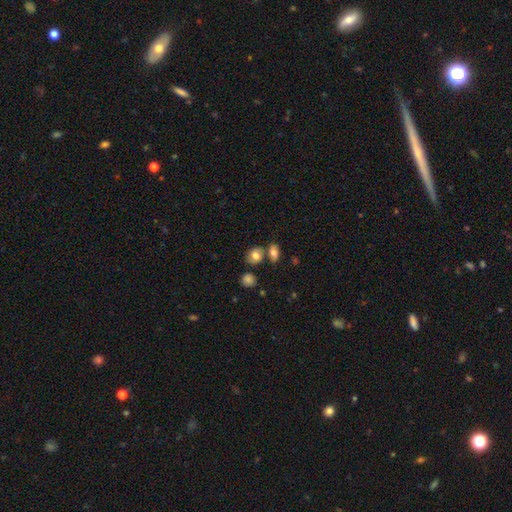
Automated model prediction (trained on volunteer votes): A smooth galaxy with no disk features (77%) that is round (49%, tied with in between). Merging: none (60%).